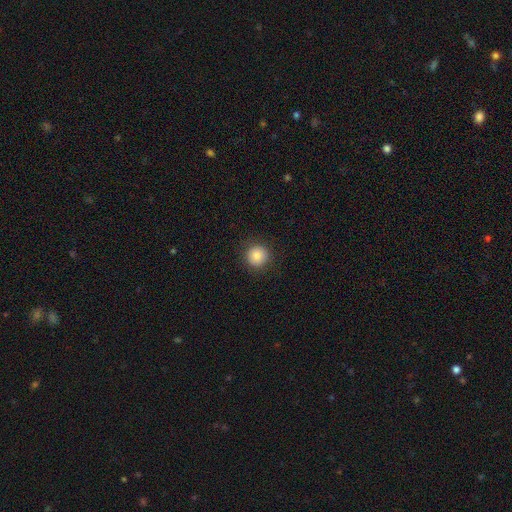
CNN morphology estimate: Q: Smooth or featured?
A: smooth (83%); runner-up: star or artifact (10%)
Q: How rounded?
A: round (95%); runner-up: in between (4%)
Q: Merging?
A: none (90%); runner-up: minor disturbance (6%)